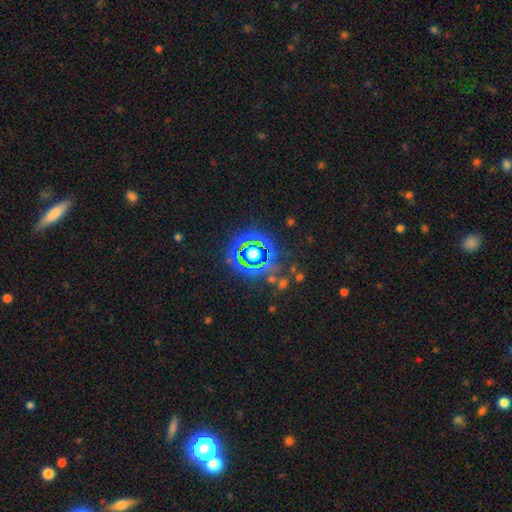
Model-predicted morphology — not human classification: Q: Smooth or featured?
A: star or artifact (76%); runner-up: smooth (14%)